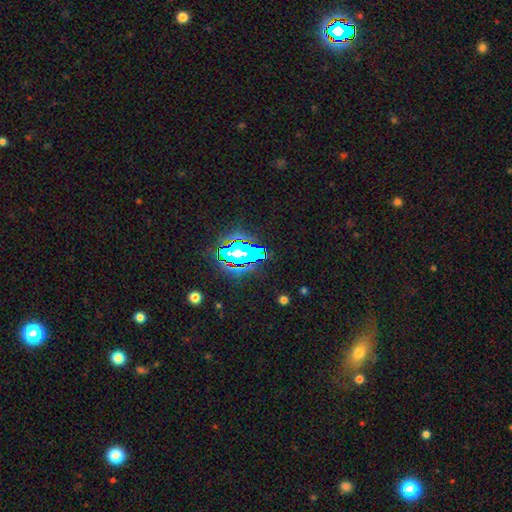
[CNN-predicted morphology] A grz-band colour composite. It shows a star or artifact, not a galaxy (78%).